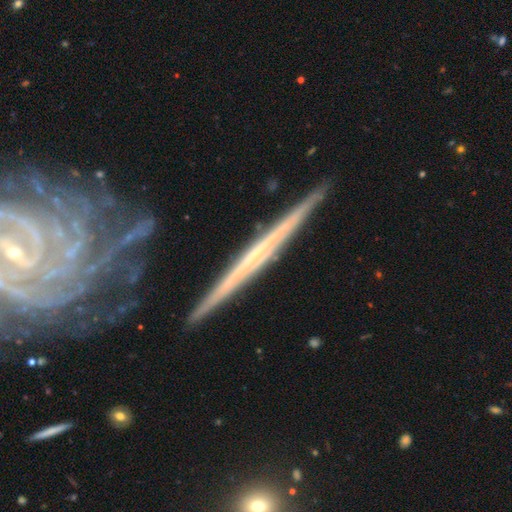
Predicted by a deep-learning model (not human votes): The model was most divided on "smooth or featured": featured or disk: 76%, smooth: 18%, star or artifact: 6%. More confident: edge-on disk — yes (91%); merging — none (80%); edge-on bulge — none (77%).